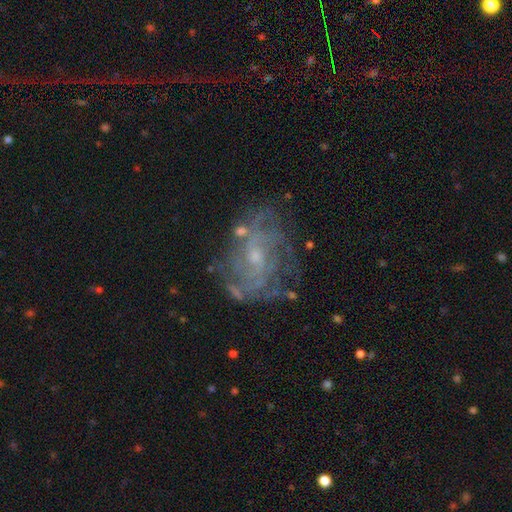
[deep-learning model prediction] This is likely a featured or disk galaxy (79%). It is clearly not viewed edge-on (97%). Bar: likely no (60%). Spiral arm pattern: likely yes (80%). Spiral arm count: possibly can't tell (47%). Spiral winding: marginally tight (43%). Central bulge: likely small (62%). Merging: likely none (65%).